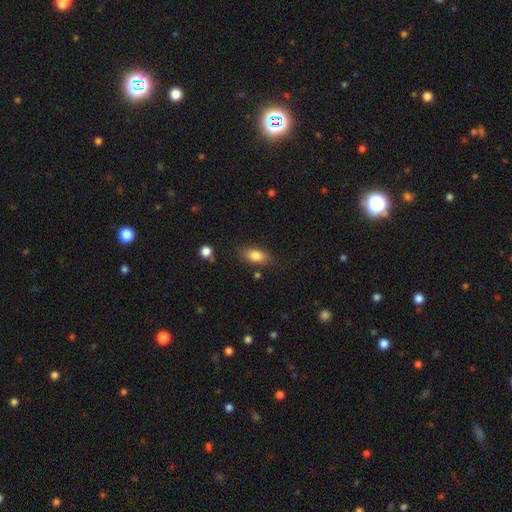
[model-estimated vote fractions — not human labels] smooth_or_featured: smooth (p=0.83) [alt: featured or disk p=0.09]
how_rounded: in between (p=0.86) [alt: round p=0.08]
merging: none (p=0.79) [alt: minor disturbance p=0.14]